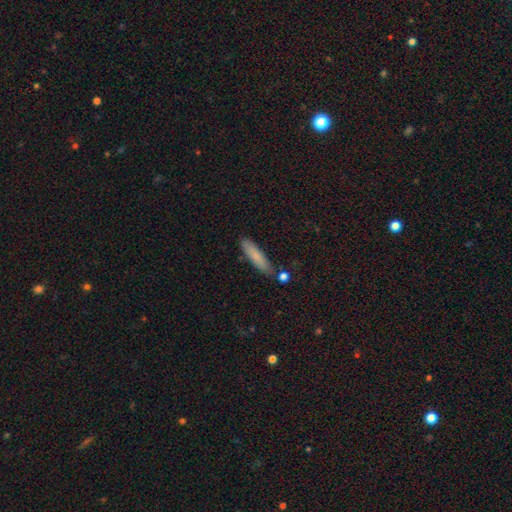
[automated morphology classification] smooth 77%, featured or disk 16%, star or artifact 7%. Down the decision tree: how rounded — cigar-shaped (79%); merging — none (81%).